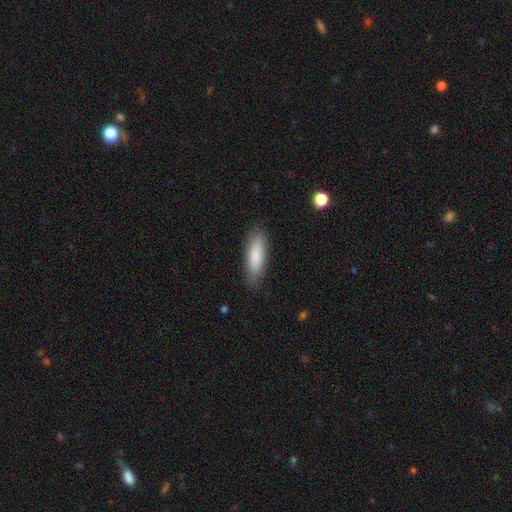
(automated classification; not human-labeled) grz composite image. It shows a smooth galaxy with no disk features (84%) that is cigar-shaped (57%). Merging: none (84%).